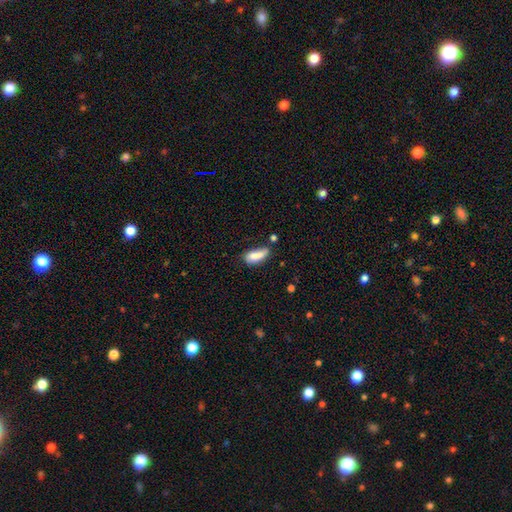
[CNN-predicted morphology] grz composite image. It shows a smooth galaxy with no disk features (77%) that is in between round and cigar-shaped (79%). Merging: none (38%).